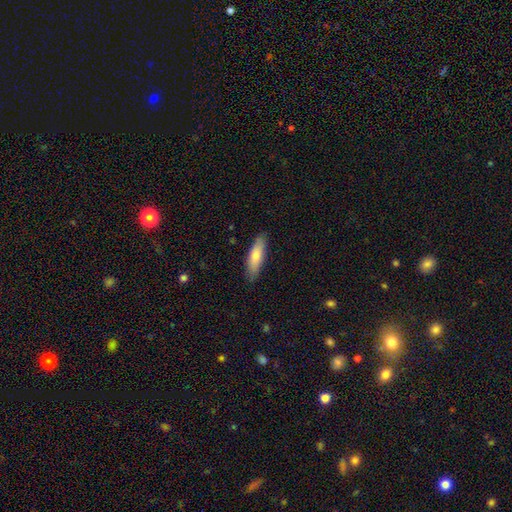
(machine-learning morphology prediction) A smooth galaxy with no disk features (76%) that is cigar-shaped (57%). Merging: none (86%).